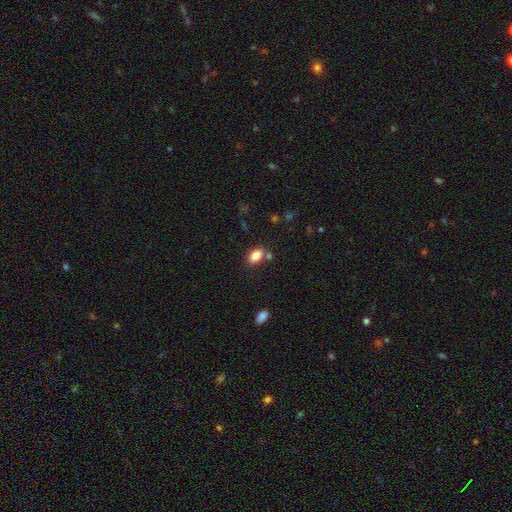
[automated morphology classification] The model was most divided on "merging": none: 72%, minor disturbance: 13%, merger: 12%, major disturbance: 3%. More confident: how rounded — in between (87%); smooth or featured — smooth (85%).